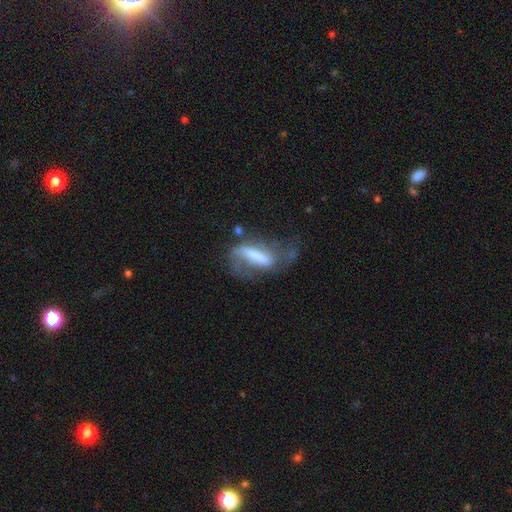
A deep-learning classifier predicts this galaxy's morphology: Smooth or featured: featured or disk — 62% (smooth — 29%)
Edge-on disk: no — 80% (yes — 20%)
Merging: major disturbance — 37% (none — 33%)